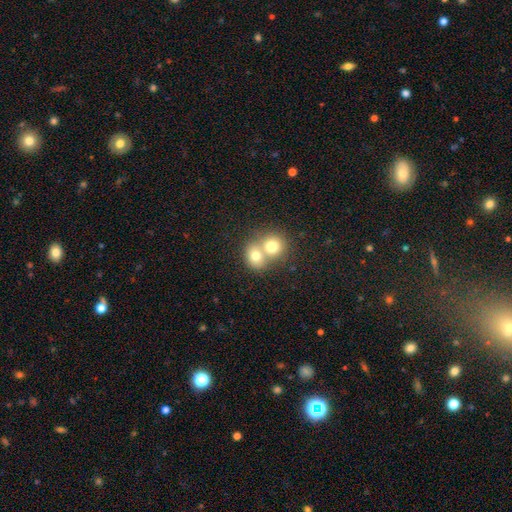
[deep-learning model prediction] This is likely a smooth galaxy (73%). How rounded: likely round (72%). Merging: likely merger (64%).